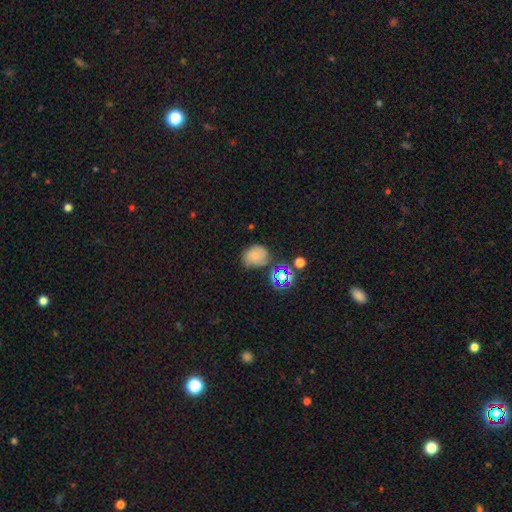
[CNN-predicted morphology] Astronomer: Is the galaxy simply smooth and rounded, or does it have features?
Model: smooth — 63%.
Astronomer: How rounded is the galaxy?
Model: round — 56% (runner-up: in between, 43%).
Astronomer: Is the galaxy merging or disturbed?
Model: none — 55%.